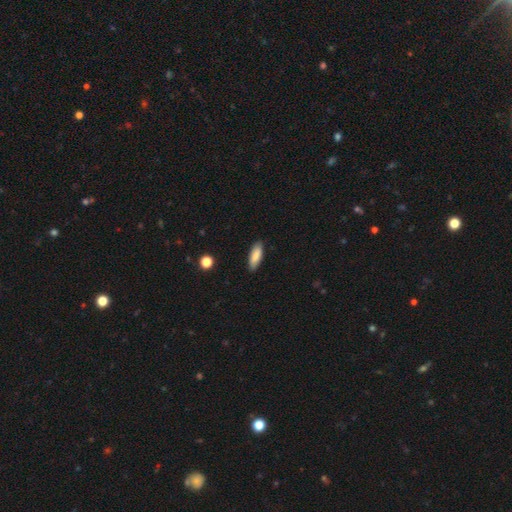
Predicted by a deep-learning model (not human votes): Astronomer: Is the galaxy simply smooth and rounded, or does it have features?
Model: smooth — 83%.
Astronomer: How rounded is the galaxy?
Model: in between — 66%.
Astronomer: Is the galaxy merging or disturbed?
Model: none — 87%.